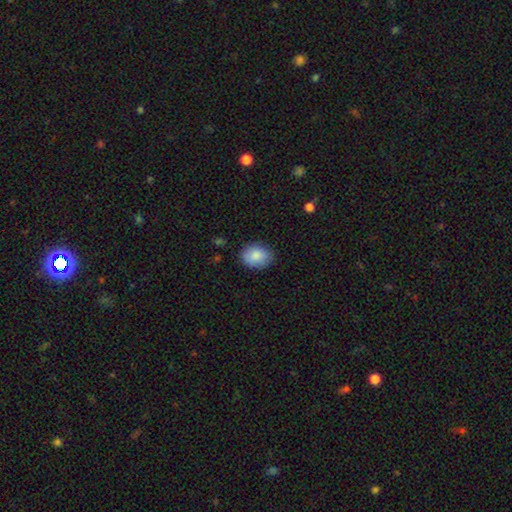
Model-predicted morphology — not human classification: Smooth or featured? smooth (87%)
How rounded? in between (67%)
Merging? none (83%)